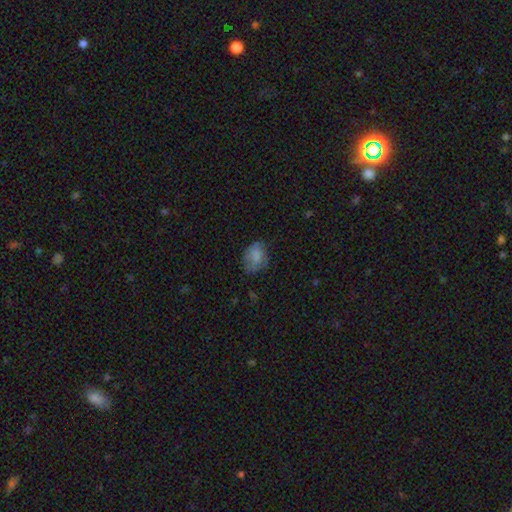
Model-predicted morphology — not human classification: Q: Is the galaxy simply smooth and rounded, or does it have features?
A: smooth — 75%.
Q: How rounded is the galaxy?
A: in between — 68%.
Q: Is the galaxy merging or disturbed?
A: none — 56%.